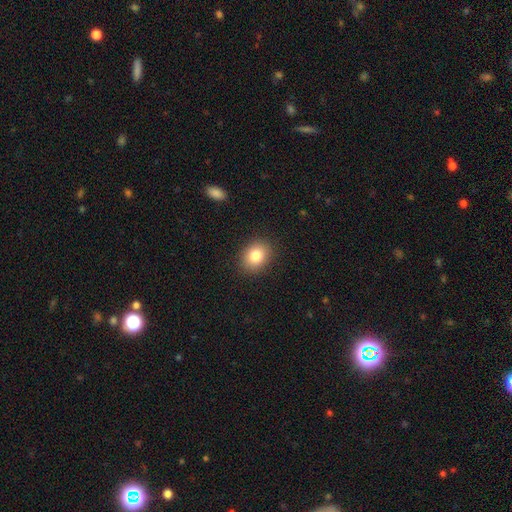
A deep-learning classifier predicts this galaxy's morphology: Q: Smooth or featured?
A: smooth (82%); runner-up: star or artifact (9%)
Q: How rounded?
A: in between (50%); runner-up: round (49%)
Q: Merging?
A: none (89%); runner-up: minor disturbance (7%)